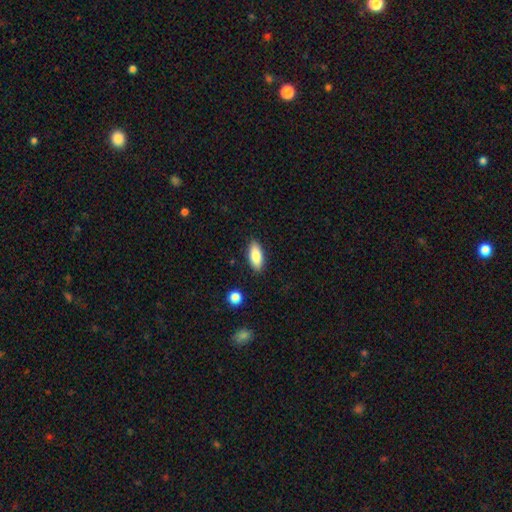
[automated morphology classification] A smooth galaxy with no disk features (83%) that is in between round and cigar-shaped (83%).

Vote fractions:
- Smooth or featured? smooth: 83% / featured or disk: 10% / star or artifact: 7%
- How rounded? in between: 83% / cigar-shaped: 14% / round: 2%
- Merging? none: 87% / minor disturbance: 9% / major disturbance: 2% / merger: 2%